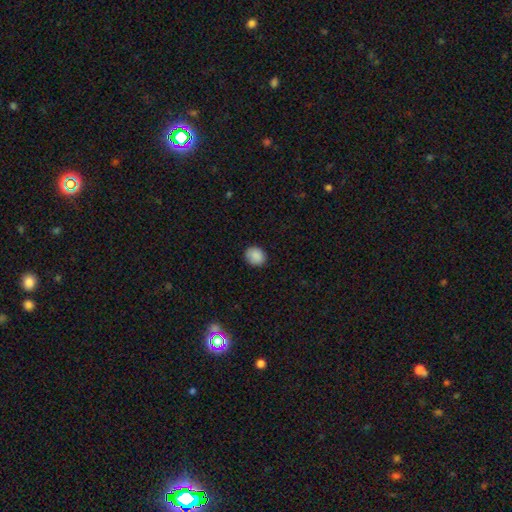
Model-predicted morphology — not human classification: Q: Smooth or featured?
A: smooth (88%); runner-up: star or artifact (8%)
Q: How rounded?
A: round (70%); runner-up: in between (29%)
Q: Merging?
A: none (86%); runner-up: minor disturbance (10%)